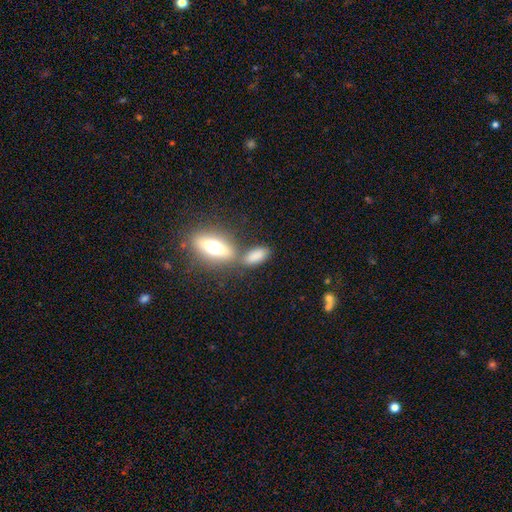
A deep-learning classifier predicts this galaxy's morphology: Smooth or featured? Predicted: smooth (p=0.80). How rounded? Predicted: in between (p=0.76). Merging? Predicted: none (p=0.52).